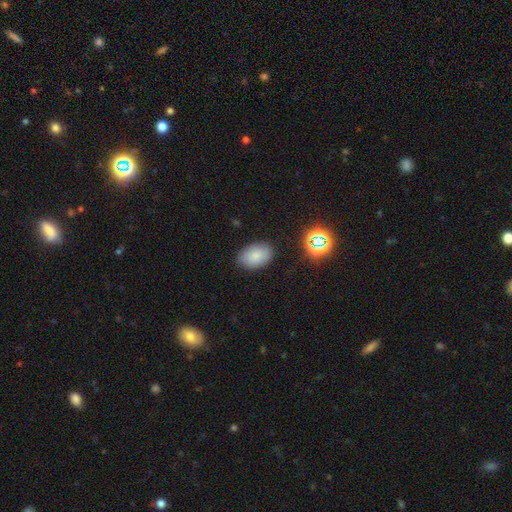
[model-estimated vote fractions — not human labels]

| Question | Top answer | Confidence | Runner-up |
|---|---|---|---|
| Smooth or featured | smooth | 80% | star or artifact (11%) |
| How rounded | in between | 87% | round (12%) |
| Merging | none | 84% | minor disturbance (11%) |